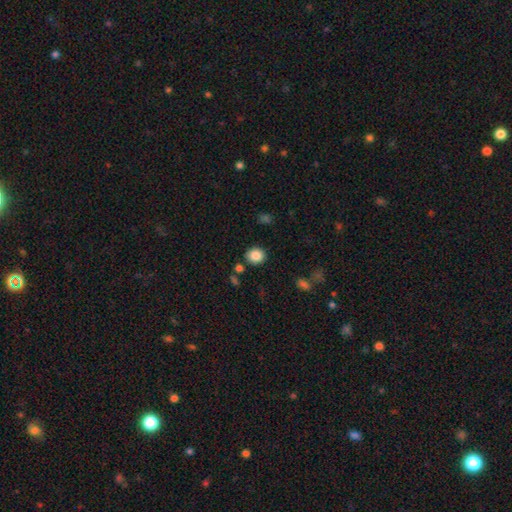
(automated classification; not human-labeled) The model was most divided on "how rounded": round: 73%, in between: 26%, cigar-shaped: 1%. More confident: smooth or featured — smooth (86%); merging — none (85%).